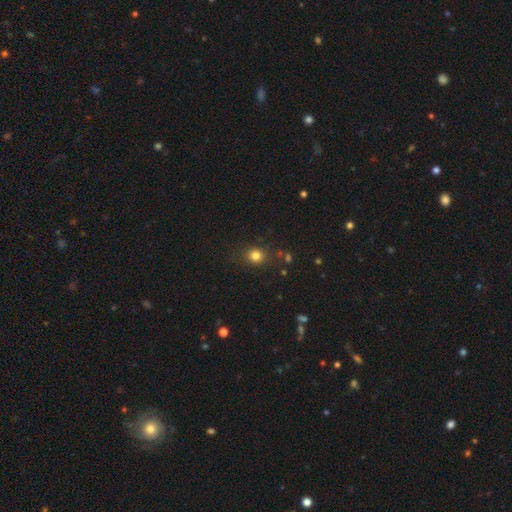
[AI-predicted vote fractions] smooth 81%, star or artifact 14%, featured or disk 6%. Down the decision tree: how rounded — round (79%); merging — none (83%).